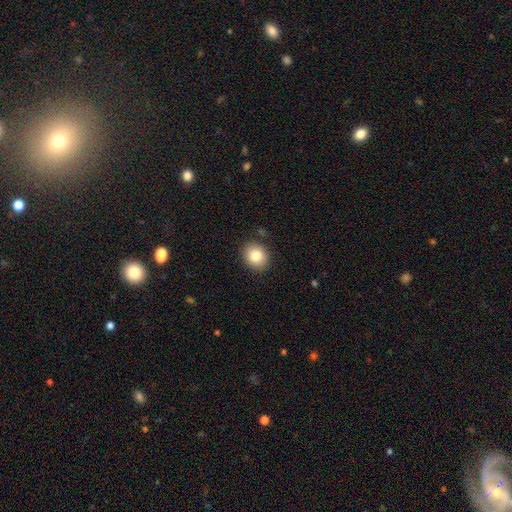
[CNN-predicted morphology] A smooth galaxy with no disk features (84%) that is round (64%). Merging: none (88%).